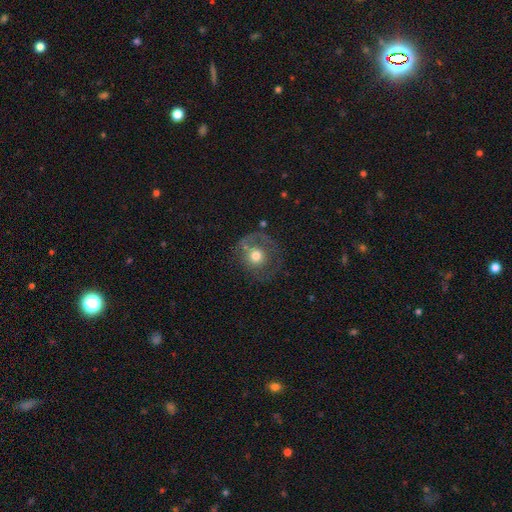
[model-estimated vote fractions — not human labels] Smooth or featured? Predicted: smooth (p=0.53). How rounded? Predicted: round (p=0.87). Merging? Predicted: none (p=0.59).